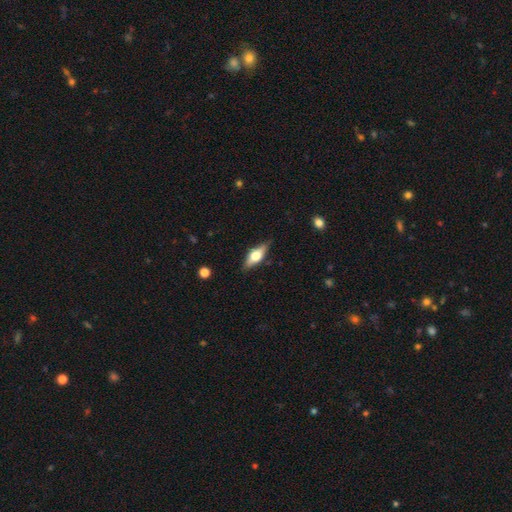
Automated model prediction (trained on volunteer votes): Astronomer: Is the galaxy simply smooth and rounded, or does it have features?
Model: featured or disk — 50% (runner-up: smooth, 43%).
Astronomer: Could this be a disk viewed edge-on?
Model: yes — 91%.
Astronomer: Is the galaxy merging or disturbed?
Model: none — 83%.